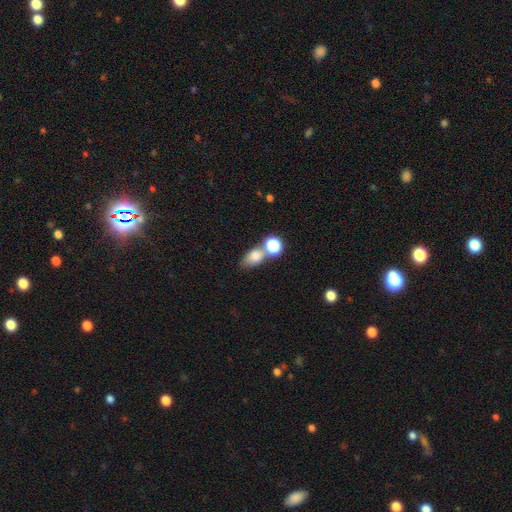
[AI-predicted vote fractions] This is likely a smooth galaxy (75%). How rounded: likely in between (72%). Merging: marginally none (43%).